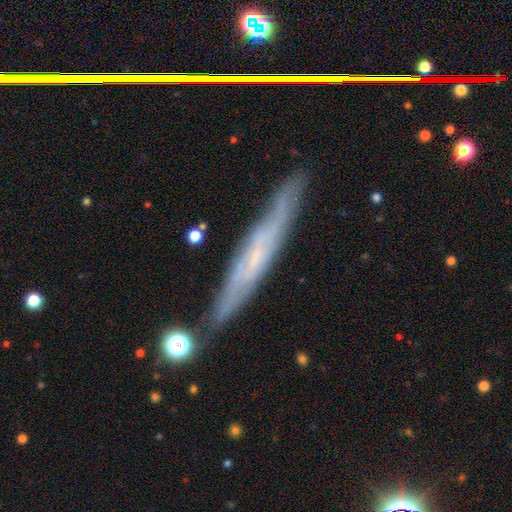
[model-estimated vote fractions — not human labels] Smooth or featured? Predicted: featured or disk (p=0.61). Edge-on disk? Predicted: yes (p=0.86). Edge-on bulge? Predicted: none (p=0.65). Merging? Predicted: none (p=0.83).